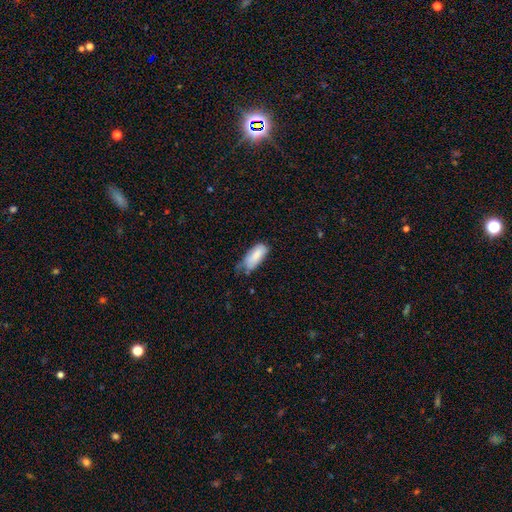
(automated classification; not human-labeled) Morphology: type=smooth (83%); roundness=in between (84%); merging=minor disturbance (45%).